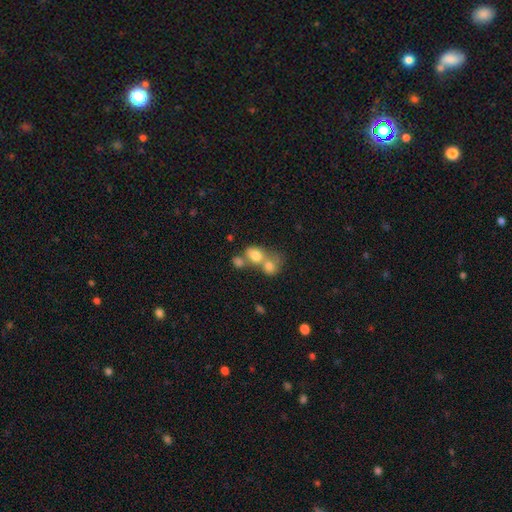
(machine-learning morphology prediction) type=smooth (75%); roundness=in between (52%); merging=merger (66%).